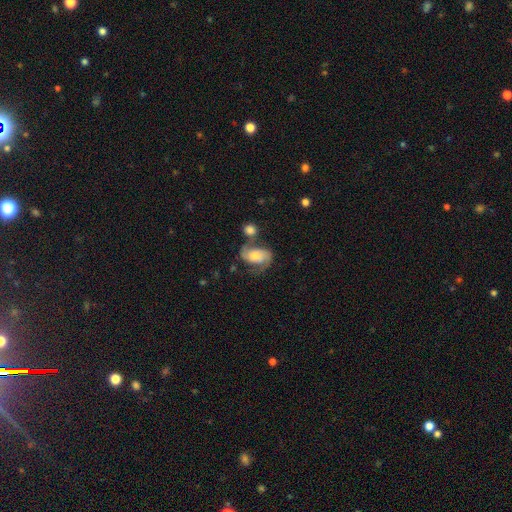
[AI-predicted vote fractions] Overall: featured or disk (70%). Edge-on disk: no (97%). Bar: no (63%; weak 28%). Spiral arms: yes (92%). Spiral arm count: 2 (88%). Spiral winding: medium (45%; loose 38%). Bulge size: small (34%; moderate 33%). Merging: none (40%; merger 26%).